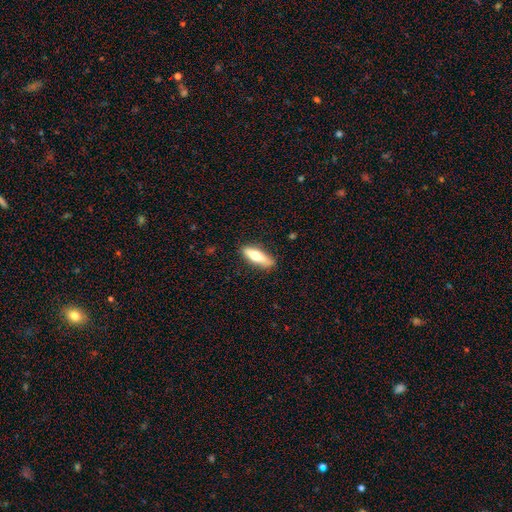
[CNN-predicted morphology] smooth_or_featured: smooth (p=0.60) [alt: featured or disk p=0.34]
how_rounded: cigar-shaped (p=0.56) [alt: in between p=0.41]
merging: none (p=0.85) [alt: minor disturbance p=0.11]